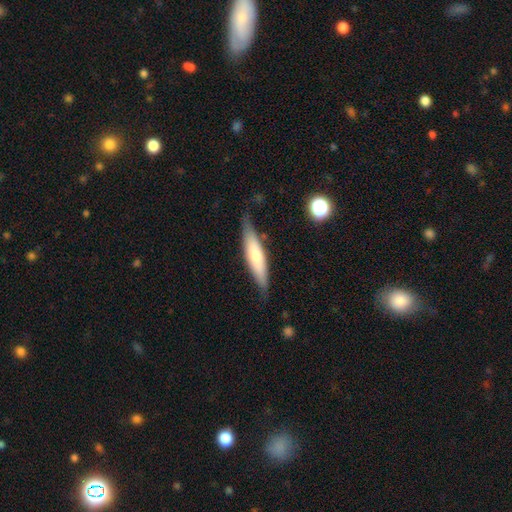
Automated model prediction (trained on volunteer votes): Overall: smooth (60%; featured or disk 34%). How rounded: cigar-shaped (76%). Merging: none (76%).